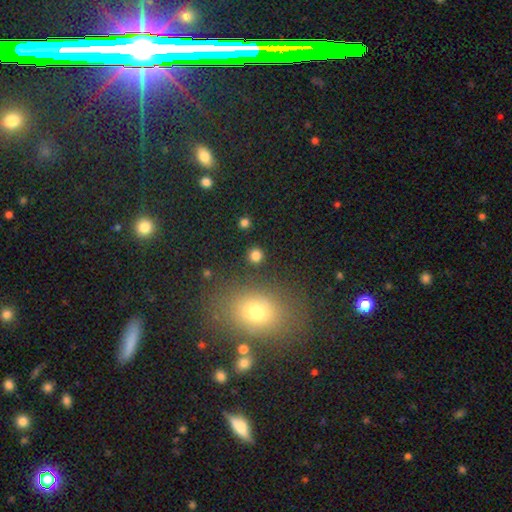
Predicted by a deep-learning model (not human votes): Morphology: type=smooth (82%); roundness=round (90%); merging=none (89%).